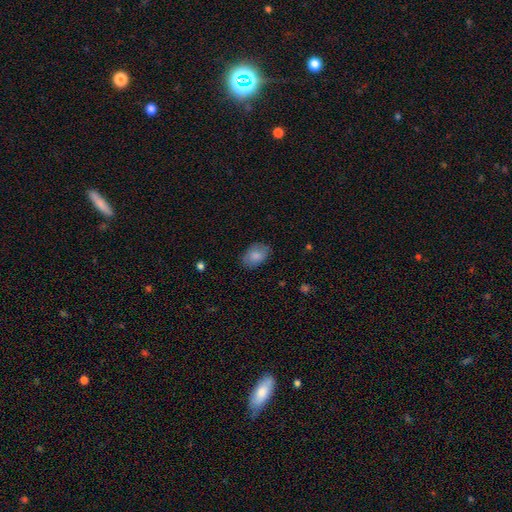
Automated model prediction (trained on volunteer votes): smooth-or-featured: smooth: 84% | featured or disk: 9% | star or artifact: 7%
  how-rounded: in between: 86% | round: 13% | cigar-shaped: 1%
  merging: none: 80% | minor disturbance: 15% | major disturbance: 4% | merger: 1%